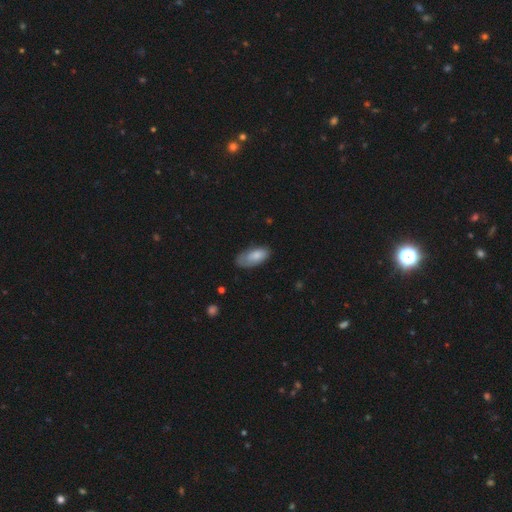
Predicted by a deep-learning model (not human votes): Overall: smooth (79%). How rounded: in between (89%). Merging: none (60%; minor disturbance 30%).